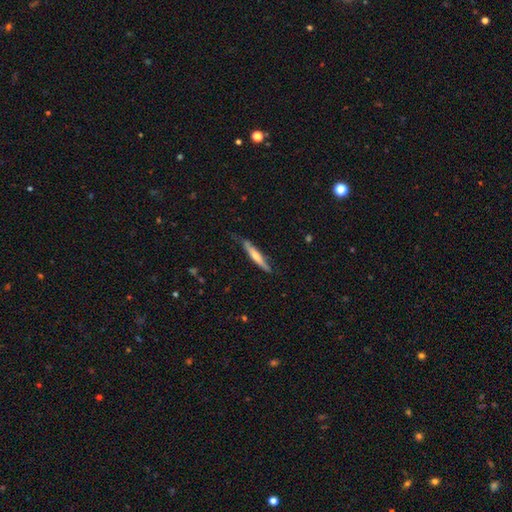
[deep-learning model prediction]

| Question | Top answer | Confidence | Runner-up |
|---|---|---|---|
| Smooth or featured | featured or disk | 57% | smooth (38%) |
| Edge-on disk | yes | 92% | no (8%) |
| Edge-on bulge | rounded | 69% | none (21%) |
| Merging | none | 71% | minor disturbance (23%) |